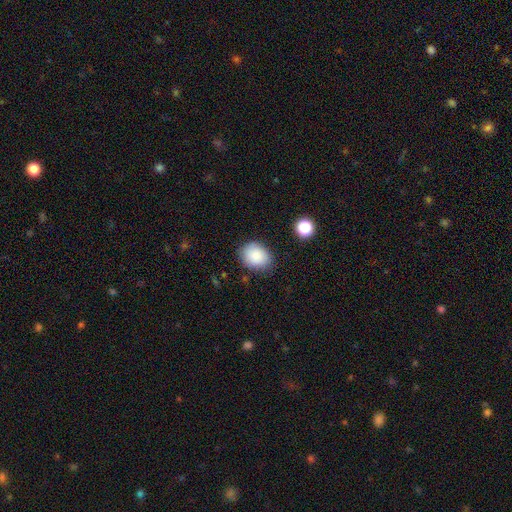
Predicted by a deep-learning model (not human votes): A smooth galaxy with no disk features (85%) that is in between round and cigar-shaped (53%).

Vote fractions:
- Smooth or featured? smooth: 85% / star or artifact: 9% / featured or disk: 6%
- How rounded? in between: 53% / round: 46% / cigar-shaped: 1%
- Merging? none: 79% / minor disturbance: 16% / major disturbance: 4% / merger: 2%